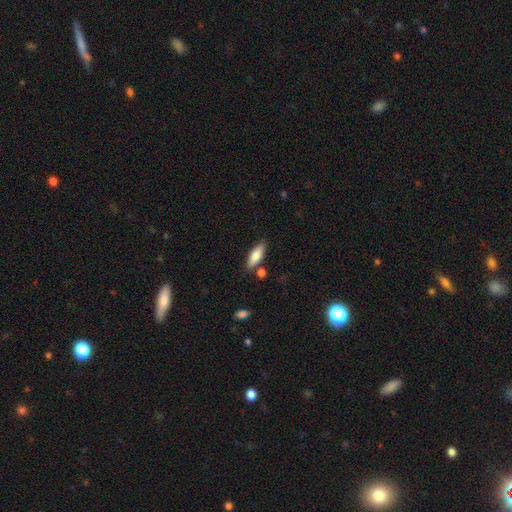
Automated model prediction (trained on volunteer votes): smooth-or-featured: smooth: 80% | featured or disk: 14% | star or artifact: 6%
  how-rounded: in between: 50% | cigar-shaped: 48% | round: 2%
  merging: none: 79% | minor disturbance: 12% | merger: 7% | major disturbance: 3%